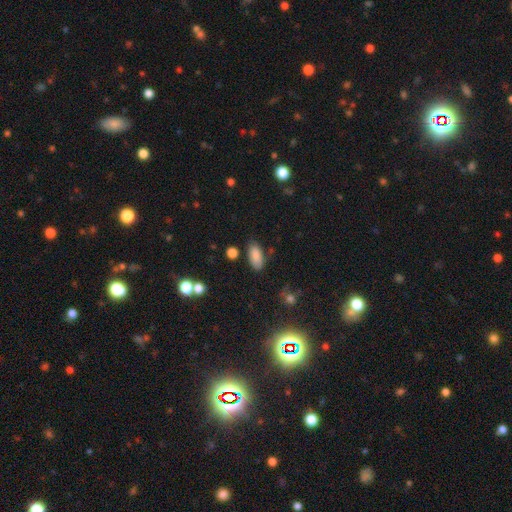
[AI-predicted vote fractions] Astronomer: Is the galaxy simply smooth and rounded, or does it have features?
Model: smooth — 85%.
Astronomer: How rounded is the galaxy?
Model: in between — 89%.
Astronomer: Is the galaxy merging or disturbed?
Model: none — 77%.